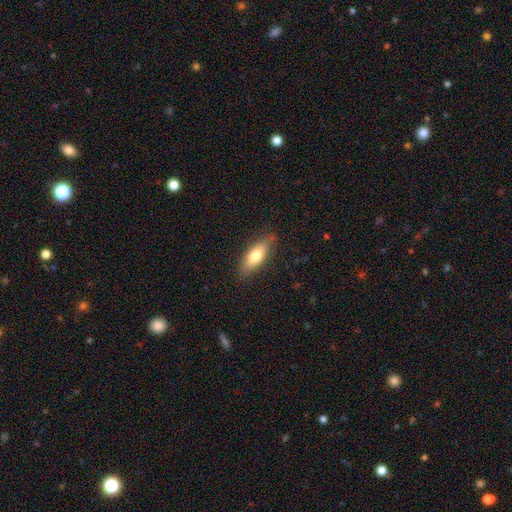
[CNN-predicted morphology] This appears to be a smooth galaxy with no disk features (71%) that is in between round and cigar-shaped (64%). Merging: none (82%).